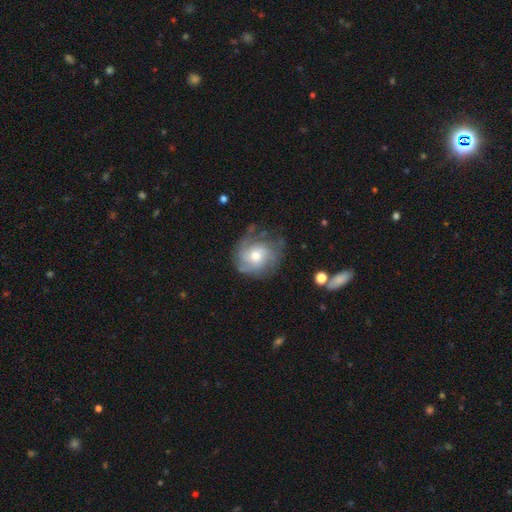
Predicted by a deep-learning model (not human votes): Smooth or featured? Predicted: featured or disk (p=0.65). Edge-on disk? Predicted: no (p=0.97). Bar? Predicted: no (p=0.73). Spiral arms? Predicted: yes (p=0.85). Spiral winding? Predicted: tight (p=0.44). Spiral arm count? Predicted: can't tell (p=0.42). Bulge size? Predicted: moderate (p=0.66). Merging? Predicted: none (p=0.61).